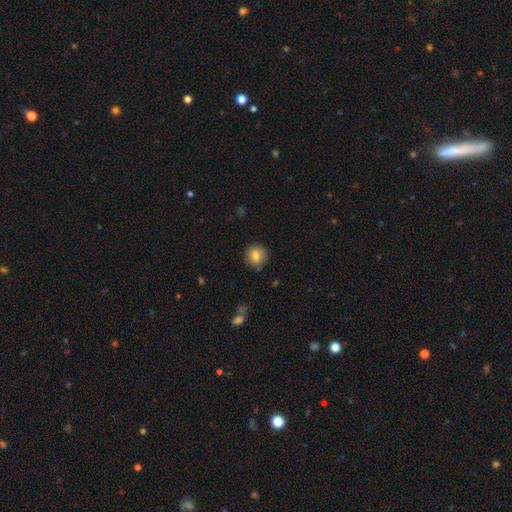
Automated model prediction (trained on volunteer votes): Smooth or featured: smooth — 80% (featured or disk — 11%)
How rounded: round — 92% (in between — 7%)
Merging: none — 86% (minor disturbance — 10%)